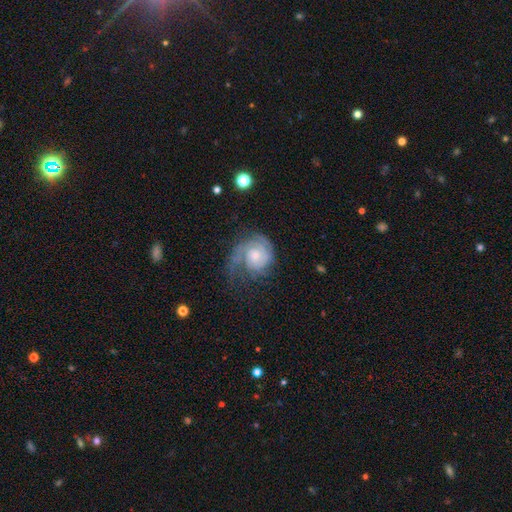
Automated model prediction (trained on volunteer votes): Smooth or featured?
  - featured or disk: 82% *
  - smooth: 12%
  - star or artifact: 6%
Edge-on disk?
  - no: 98% *
  - yes: 2%
Bar?
  - no: 74% *
  - weak: 22%
  - strong: 4%
Spiral arms?
  - yes: 96% *
  - no: 4%
Spiral winding?
  - tight: 67% *
  - medium: 25%
  - loose: 8%
Spiral arm count?
  - 2: 30% *
  - can't tell: 29%
  - 3: 21%
  - 1: 8%
  - 4: 7%
  - more than 4: 5%
Bulge size?
  - small: 51% *
  - moderate: 40%
  - large: 4%
  - none: 3%
  - dominant: 1%
Merging?
  - none: 52% *
  - minor disturbance: 23%
  - major disturbance: 23%
  - merger: 2%